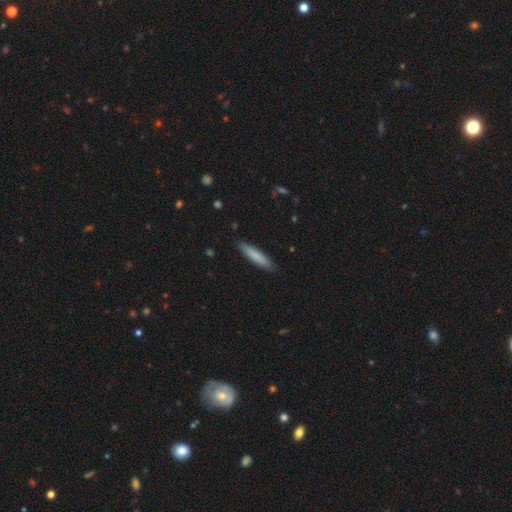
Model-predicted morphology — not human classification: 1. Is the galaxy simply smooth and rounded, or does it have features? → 82% smooth, 13% featured or disk, 6% star or artifact.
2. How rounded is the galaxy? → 86% cigar-shaped, 13% in between, 1% round.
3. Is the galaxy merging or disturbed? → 88% none, 9% minor disturbance, 2% major disturbance, 1% merger.